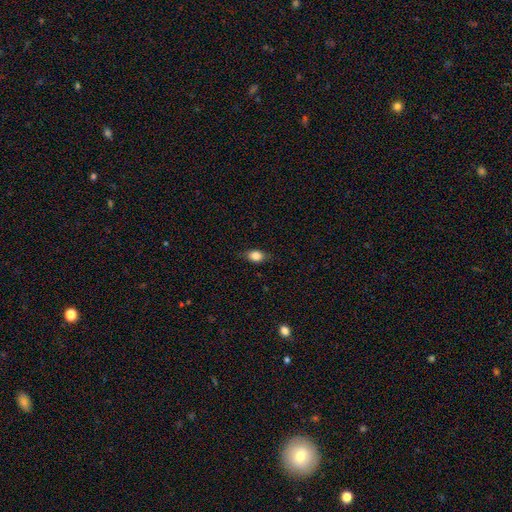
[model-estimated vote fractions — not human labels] Smooth or featured?
  - smooth: 82% *
  - featured or disk: 9%
  - star or artifact: 9%
How rounded?
  - in between: 70% *
  - round: 27%
  - cigar-shaped: 3%
Merging?
  - none: 79% *
  - minor disturbance: 17%
  - major disturbance: 4%
  - merger: 1%